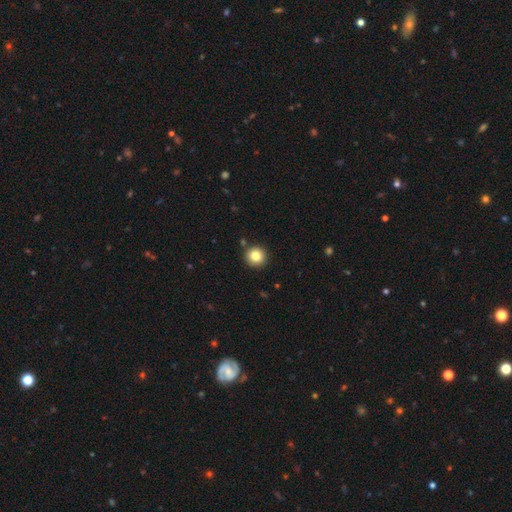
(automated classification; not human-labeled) Smooth or featured? Predicted: smooth (p=0.84). How rounded? Predicted: round (p=0.95). Merging? Predicted: none (p=0.88).